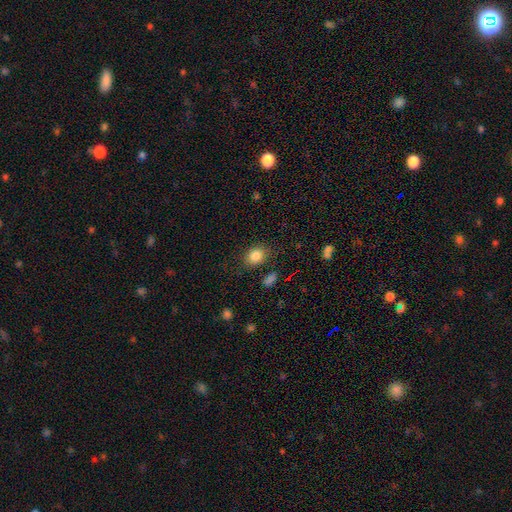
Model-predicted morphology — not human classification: This appears to be a smooth galaxy with no disk features (85%) that is round (51%). Merging: none (78%).